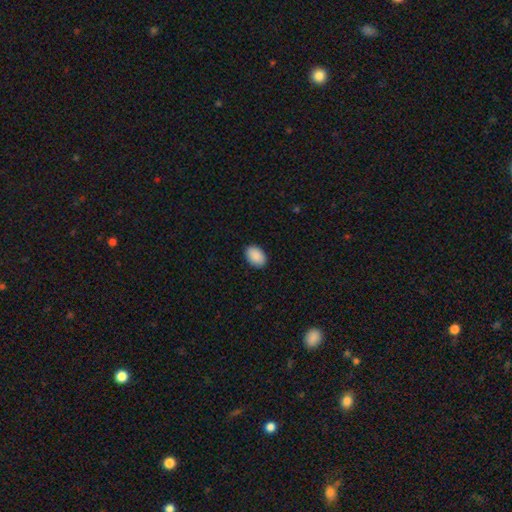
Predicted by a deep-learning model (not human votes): A smooth galaxy with no disk features (91%) that is in between round and cigar-shaped (87%).

Vote fractions:
- Smooth or featured? smooth: 91% / star or artifact: 6% / featured or disk: 3%
- How rounded? in between: 87% / round: 12% / cigar-shaped: 1%
- Merging? none: 90% / minor disturbance: 7% / major disturbance: 2% / merger: 1%